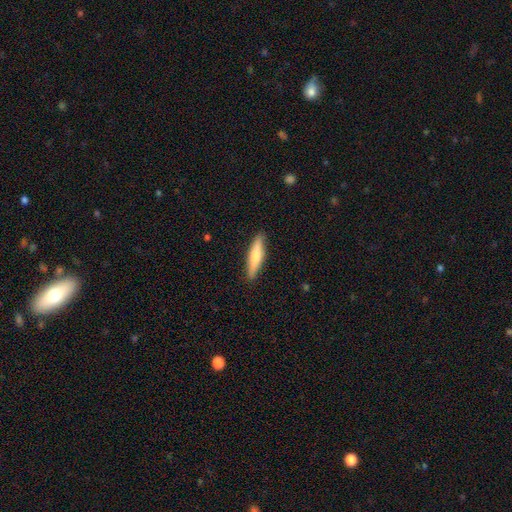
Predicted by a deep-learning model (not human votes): Smooth or featured: smooth — 64% (featured or disk — 30%)
How rounded: cigar-shaped — 83% (in between — 15%)
Merging: none — 88% (minor disturbance — 9%)